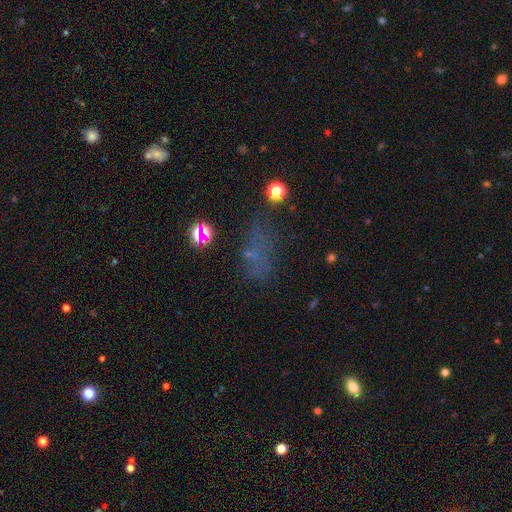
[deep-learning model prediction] This is marginally a smooth galaxy (42%). Merging: possibly none (50%).